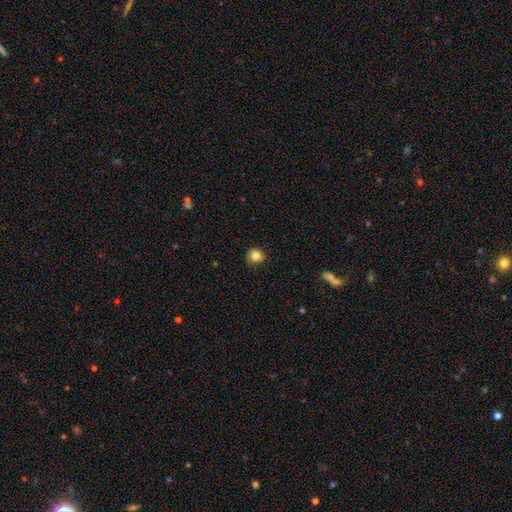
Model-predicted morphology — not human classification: A smooth galaxy with no disk features (85%) that is round (85%).

Vote fractions:
- Smooth or featured? smooth: 85% / star or artifact: 11% / featured or disk: 4%
- How rounded? round: 85% / in between: 14% / cigar-shaped: 1%
- Merging? none: 84% / minor disturbance: 12% / major disturbance: 2% / merger: 1%